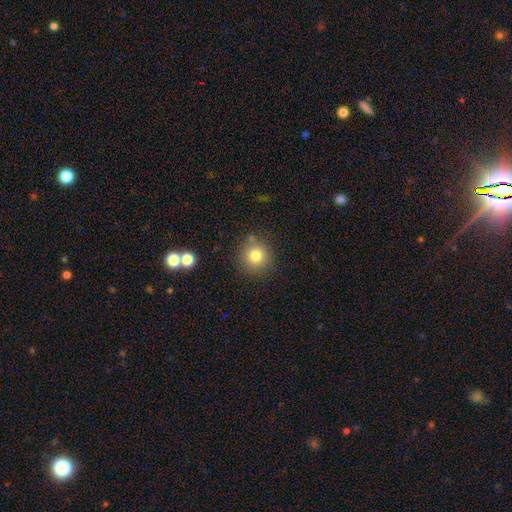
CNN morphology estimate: smooth_or_featured: smooth (p=0.79) [alt: star or artifact p=0.12]
how_rounded: round (p=0.92) [alt: in between p=0.07]
merging: none (p=0.81) [alt: minor disturbance p=0.12]